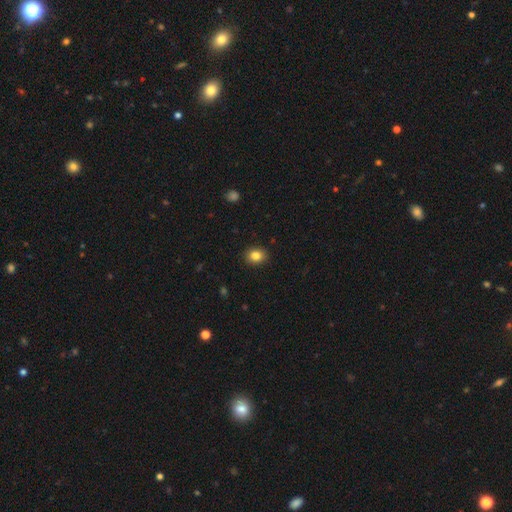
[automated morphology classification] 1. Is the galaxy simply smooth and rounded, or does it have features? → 84% smooth, 10% star or artifact, 6% featured or disk.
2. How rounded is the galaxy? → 58% round, 41% in between, 1% cigar-shaped.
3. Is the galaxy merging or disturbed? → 90% none, 7% minor disturbance, 2% major disturbance, 1% merger.